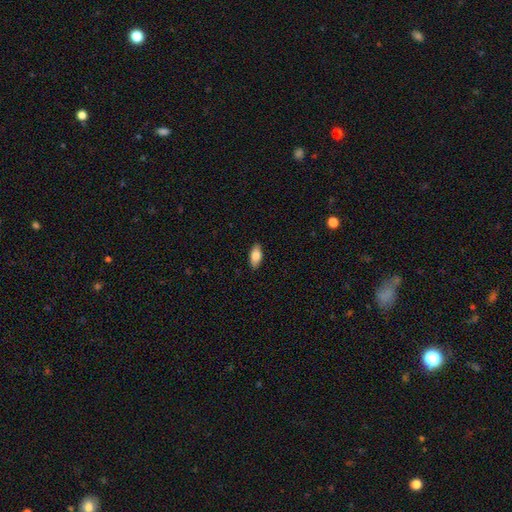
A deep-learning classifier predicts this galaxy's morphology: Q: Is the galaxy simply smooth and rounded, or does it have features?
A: smooth — 82%.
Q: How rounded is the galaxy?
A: in between — 89%.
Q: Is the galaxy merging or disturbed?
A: none — 88%.